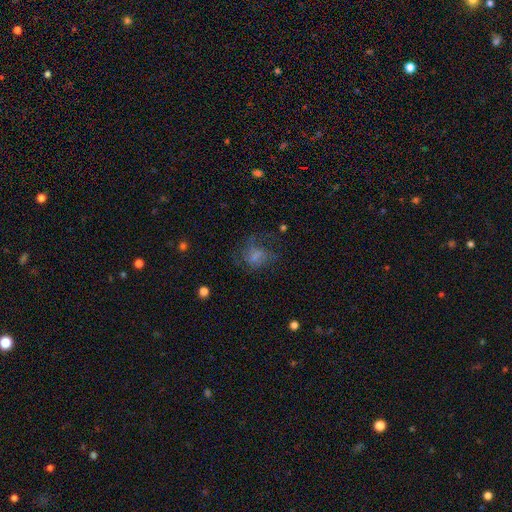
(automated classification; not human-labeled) A smooth galaxy with no disk features (50%). Merging: none (39%).